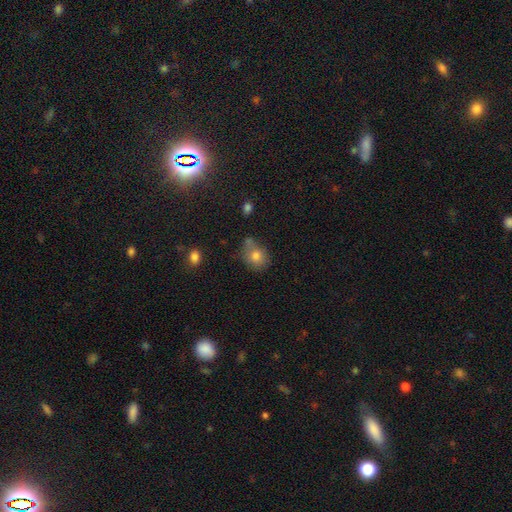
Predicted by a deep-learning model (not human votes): The model was most divided on "how rounded": round: 62%, in between: 37%, cigar-shaped: 1%. More confident: smooth or featured — smooth (78%); merging — none (55%).